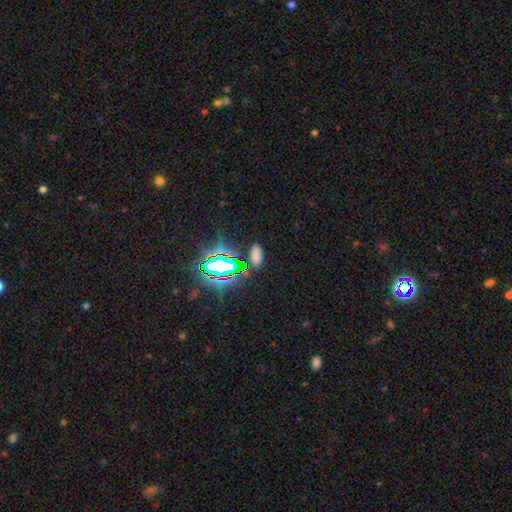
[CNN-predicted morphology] Smooth or featured? Predicted: smooth (p=0.61). How rounded? Predicted: in between (p=0.87). Merging? Predicted: none (p=0.83).